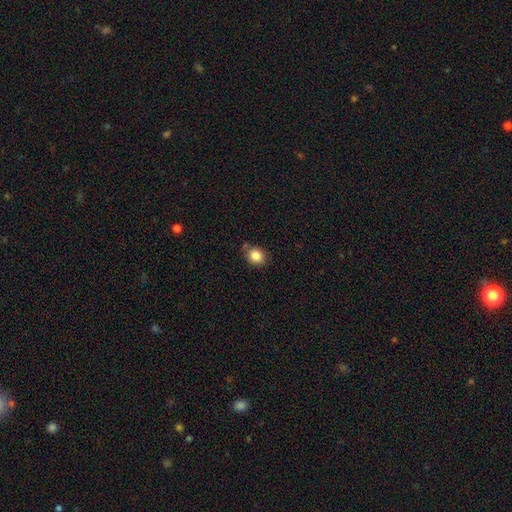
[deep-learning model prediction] Smooth or featured?
  - smooth: 85% *
  - star or artifact: 10%
  - featured or disk: 5%
How rounded?
  - round: 71% *
  - in between: 29%
  - cigar-shaped: 1%
Merging?
  - none: 76% *
  - minor disturbance: 15%
  - merger: 5%
  - major disturbance: 3%